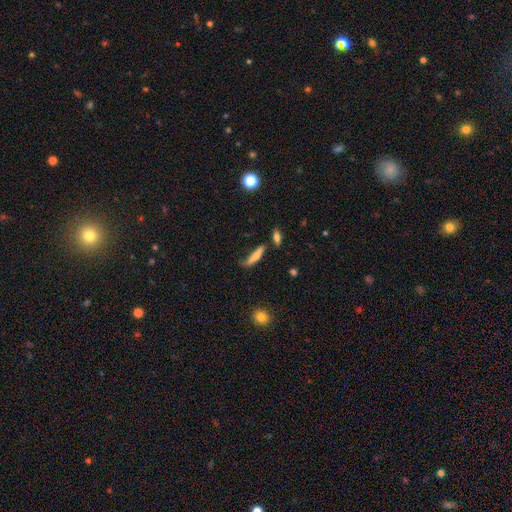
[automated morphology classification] Overall: smooth (67%). How rounded: cigar-shaped (78%). Merging: none (52%; minor disturbance 28%).